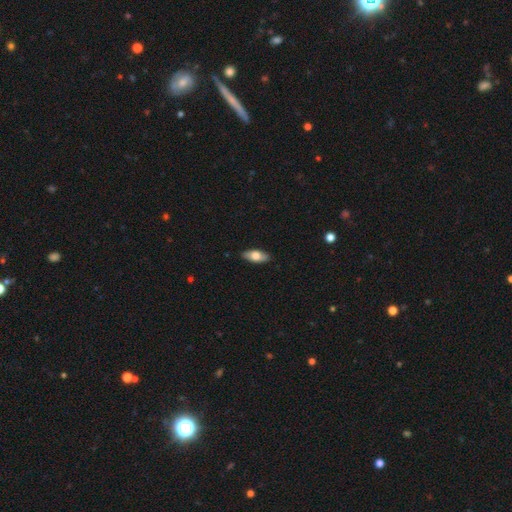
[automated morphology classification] A smooth galaxy with no disk features (71%) that is in between round and cigar-shaped (83%). Merging: none (88%).